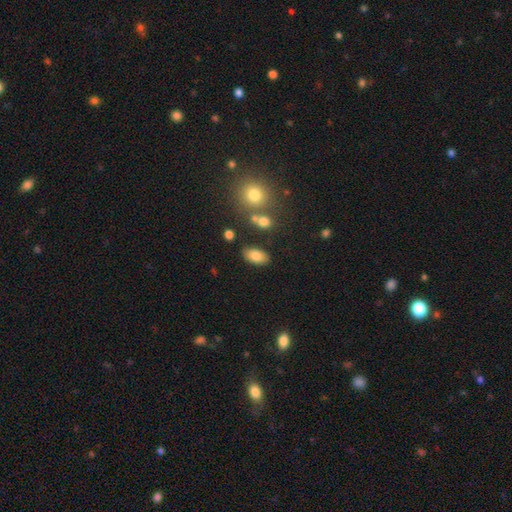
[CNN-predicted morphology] type=smooth (82%); roundness=in between (93%); merging=none (81%).